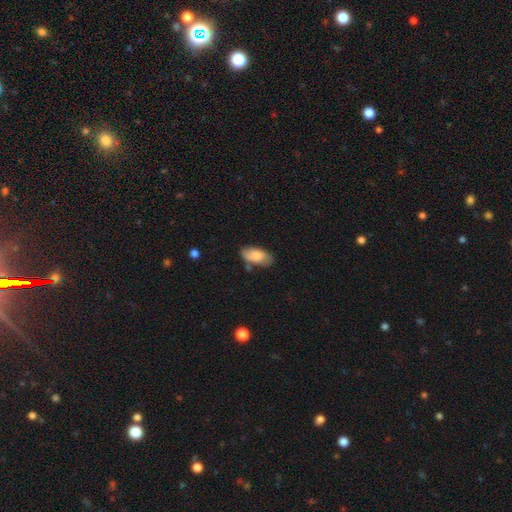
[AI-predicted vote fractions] A smooth galaxy with no disk features (77%) that is in between round and cigar-shaped (93%). Merging: none (60%).